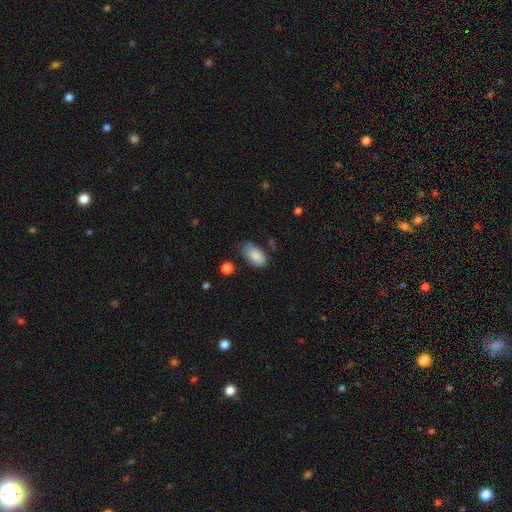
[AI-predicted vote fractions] smooth 86%, featured or disk 7%, star or artifact 7%. Down the decision tree: how rounded — in between (93%); merging — none (60%).